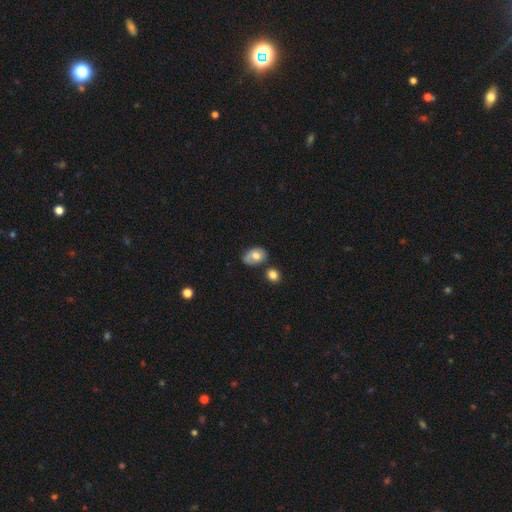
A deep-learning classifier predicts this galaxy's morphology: Smooth or featured? Predicted: smooth (p=0.69). How rounded? Predicted: in between (p=0.79). Merging? Predicted: none (p=0.55).